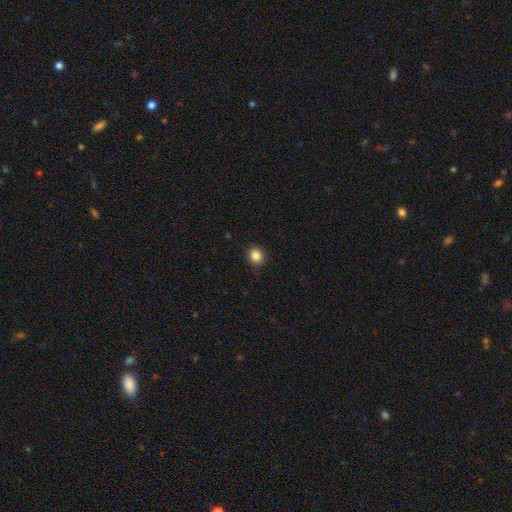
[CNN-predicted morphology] Smooth or featured: smooth — 86% (star or artifact — 10%)
How rounded: round — 68% (in between — 31%)
Merging: none — 89% (minor disturbance — 8%)